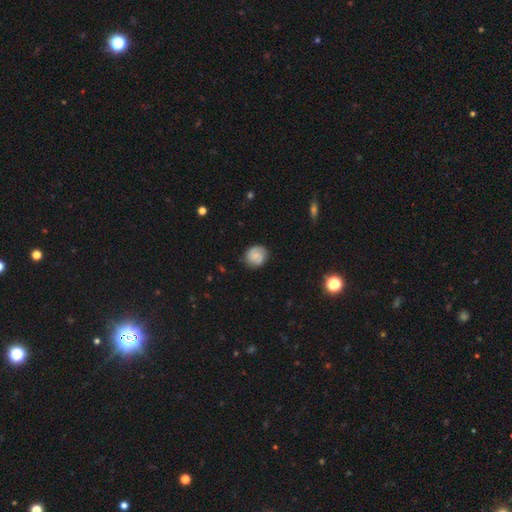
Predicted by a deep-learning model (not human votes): smooth-or-featured: smooth: 49% | featured or disk: 43% | star or artifact: 8%
  merging: none: 81% | minor disturbance: 14% | major disturbance: 4% | merger: 1%